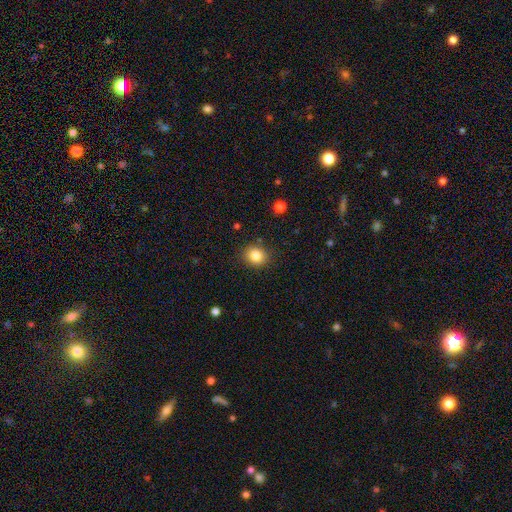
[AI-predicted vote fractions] Q: Smooth or featured?
A: smooth (84%); runner-up: star or artifact (10%)
Q: How rounded?
A: round (69%); runner-up: in between (30%)
Q: Merging?
A: none (87%); runner-up: minor disturbance (9%)